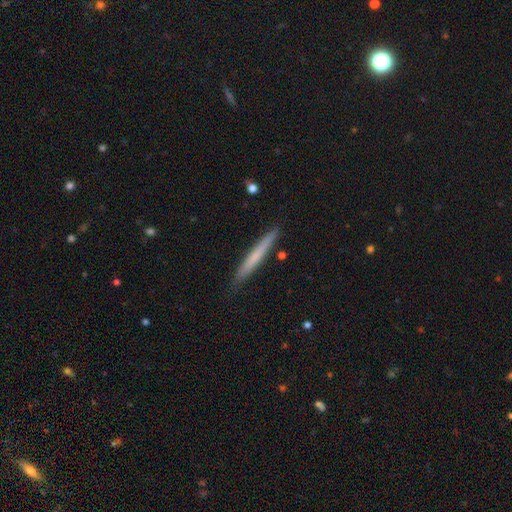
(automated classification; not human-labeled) smooth_or_featured: smooth (p=0.64) [alt: featured or disk p=0.31]
how_rounded: cigar-shaped (p=0.97) [alt: in between p=0.02]
merging: none (p=0.88) [alt: minor disturbance p=0.09]